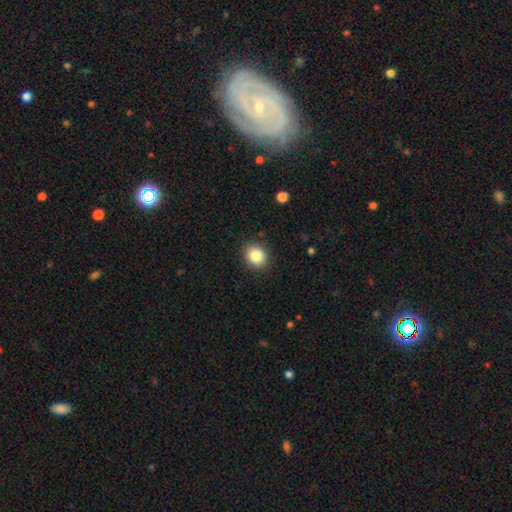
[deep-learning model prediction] Smooth or featured? smooth (84%)
How rounded? round (61%)
Merging? none (88%)